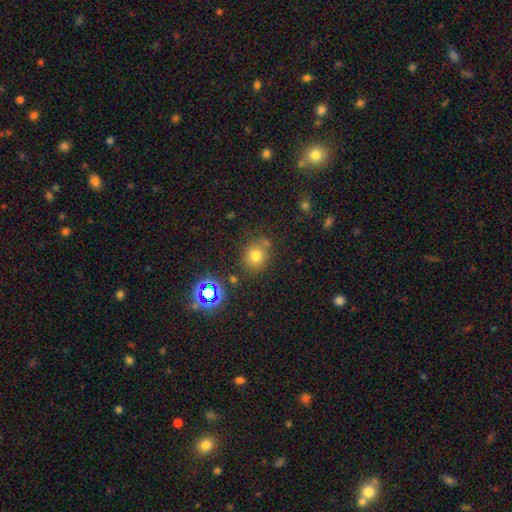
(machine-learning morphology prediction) smooth-or-featured: smooth: 71% | star or artifact: 19% | featured or disk: 10%
  how-rounded: round: 78% | in between: 21% | cigar-shaped: 1%
  merging: none: 71% | minor disturbance: 15% | merger: 10% | major disturbance: 5%